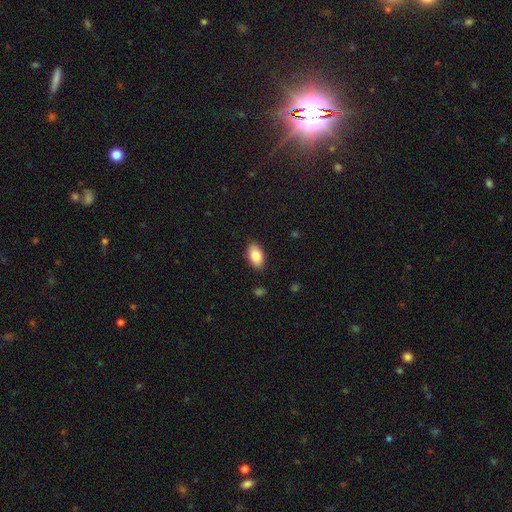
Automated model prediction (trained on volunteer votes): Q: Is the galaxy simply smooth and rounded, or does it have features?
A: smooth — 84%.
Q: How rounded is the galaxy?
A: in between — 92%.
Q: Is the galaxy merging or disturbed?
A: none — 87%.